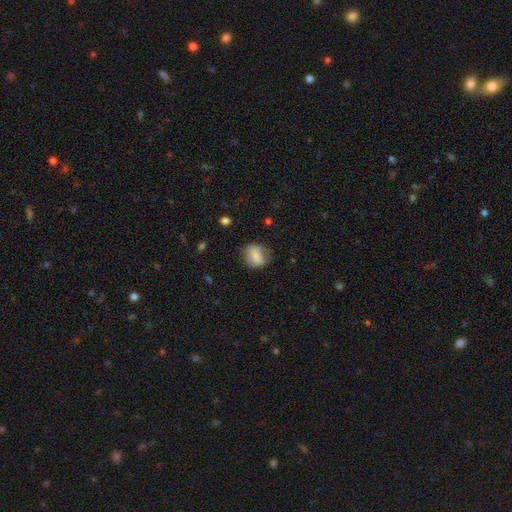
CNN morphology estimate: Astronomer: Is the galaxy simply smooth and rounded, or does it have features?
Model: smooth — 74%.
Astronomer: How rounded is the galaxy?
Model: round — 58% (runner-up: in between, 40%).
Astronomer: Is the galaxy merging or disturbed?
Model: none — 69%.